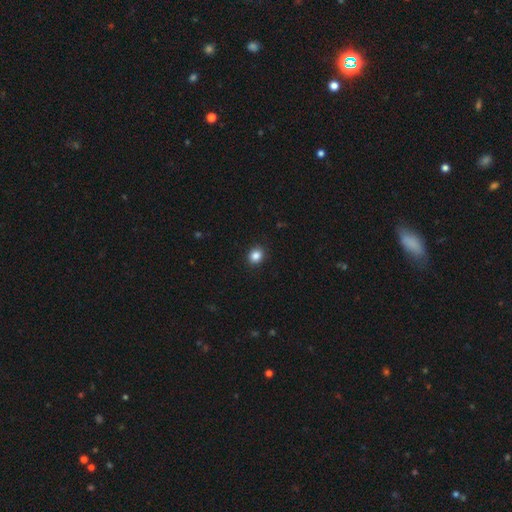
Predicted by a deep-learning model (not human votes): A smooth galaxy with no disk features (86%) that is round (74%). Merging: none (91%).